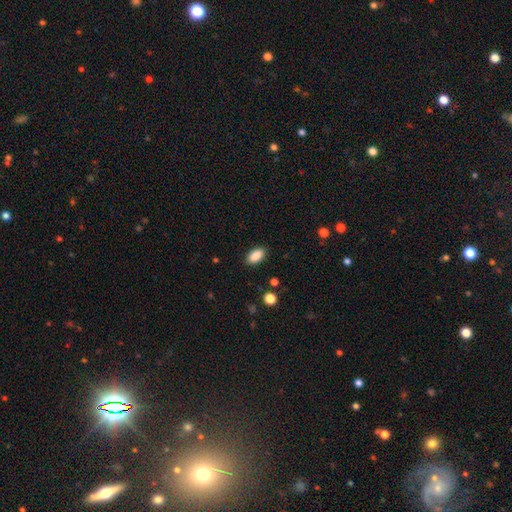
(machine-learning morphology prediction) Smooth or featured: smooth — 89% (star or artifact — 7%)
How rounded: in between — 93% (round — 4%)
Merging: none — 88% (minor disturbance — 8%)